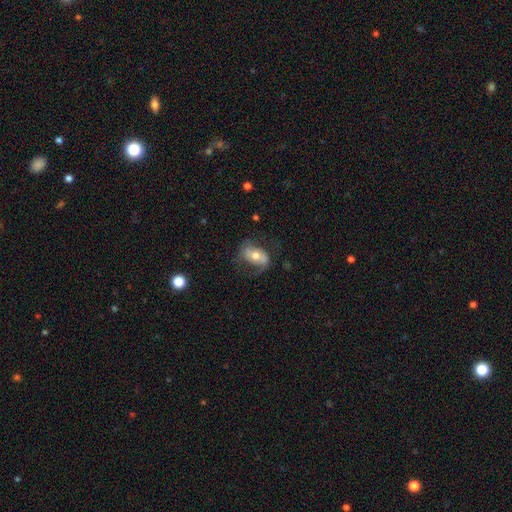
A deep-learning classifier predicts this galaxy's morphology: The model was most divided on "bar": no: 42%, weak: 31%, strong: 26%. More confident: edge-on disk — no (93%); spiral arms — yes (76%); bulge size — moderate (69%); merging — none (58%); smooth or featured — featured or disk (55%).